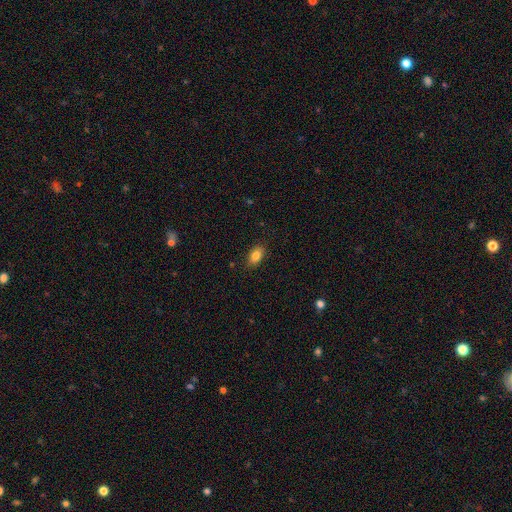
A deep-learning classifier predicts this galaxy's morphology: A smooth galaxy with no disk features (84%) that is in between round and cigar-shaped (89%). Merging: none (86%).